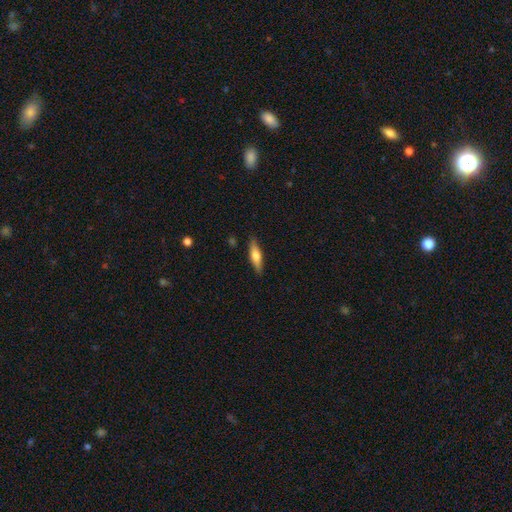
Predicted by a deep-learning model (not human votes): Q: Smooth or featured?
A: smooth (60%); runner-up: featured or disk (34%)
Q: How rounded?
A: cigar-shaped (65%); runner-up: in between (33%)
Q: Merging?
A: none (87%); runner-up: minor disturbance (10%)